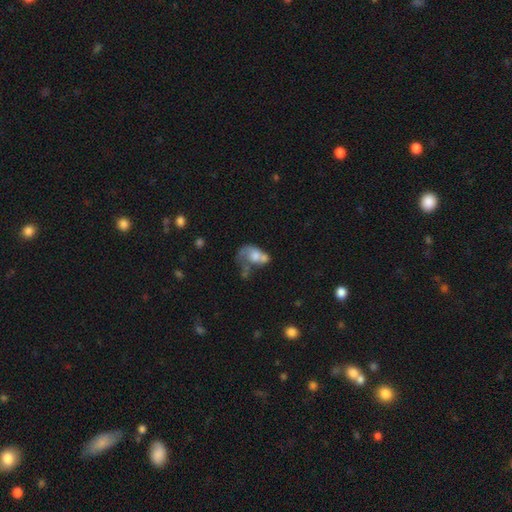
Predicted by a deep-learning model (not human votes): smooth 51%, featured or disk 39%, star or artifact 10%. Down the decision tree: how rounded — in between (73%); merging — merger (38%).